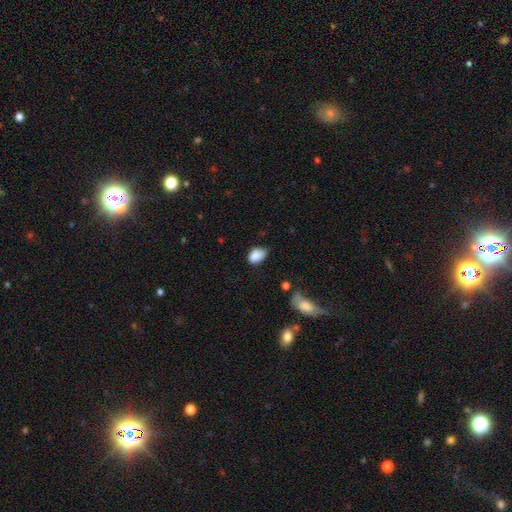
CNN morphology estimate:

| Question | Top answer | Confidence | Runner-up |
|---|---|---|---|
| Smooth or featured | smooth | 86% | star or artifact (8%) |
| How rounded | in between | 82% | round (17%) |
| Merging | none | 48% | minor disturbance (39%) |